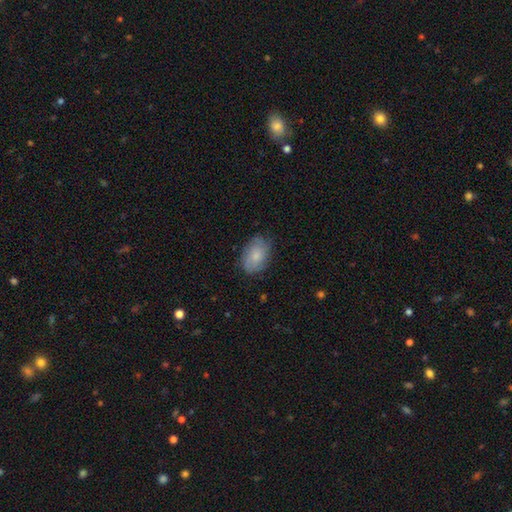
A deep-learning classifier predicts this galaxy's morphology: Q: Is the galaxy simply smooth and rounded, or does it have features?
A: smooth — 66%.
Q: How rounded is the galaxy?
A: in between — 86%.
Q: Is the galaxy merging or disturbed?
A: none — 75%.